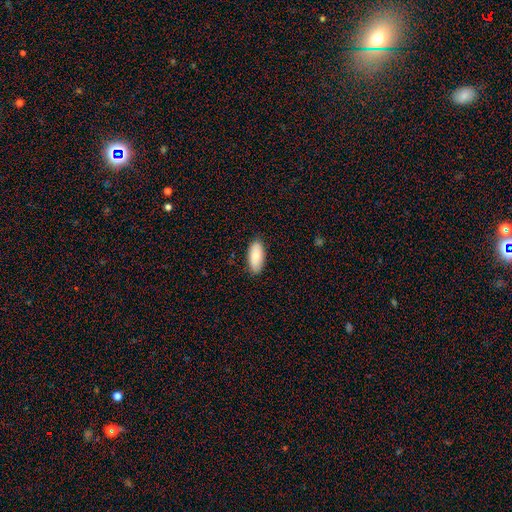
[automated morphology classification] This is clearly a smooth galaxy (83%). How rounded: clearly in between (88%). Merging: clearly none (86%).